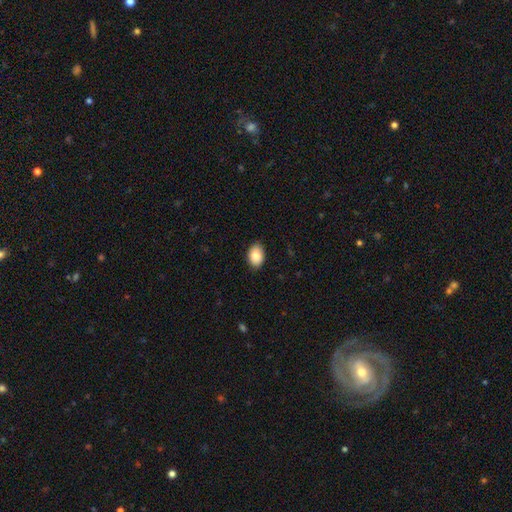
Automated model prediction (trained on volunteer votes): smooth 85%, featured or disk 8%, star or artifact 7%. Down the decision tree: how rounded — in between (87%); merging — none (88%).